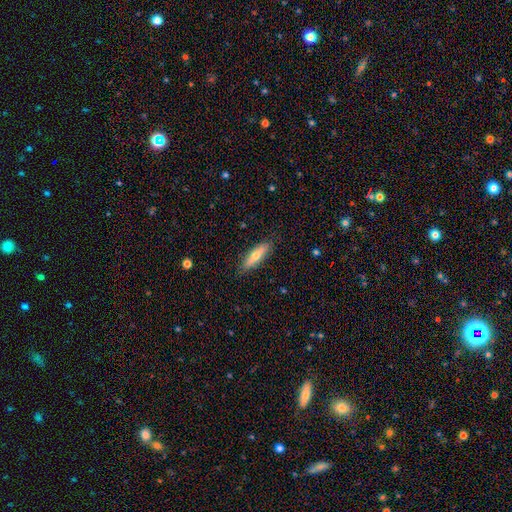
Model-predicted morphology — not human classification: Smooth or featured? Predicted: smooth (p=0.58). How rounded? Predicted: cigar-shaped (p=0.63). Merging? Predicted: none (p=0.85).